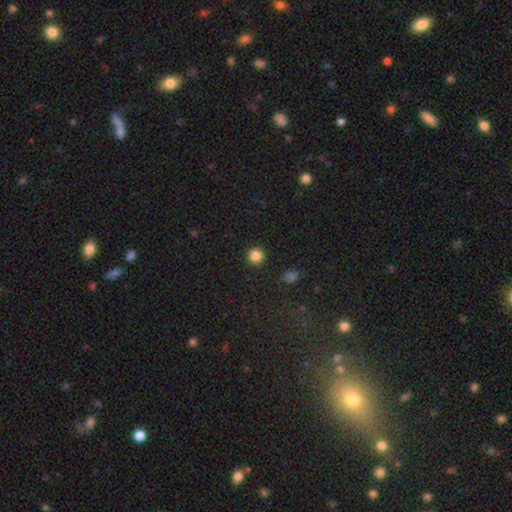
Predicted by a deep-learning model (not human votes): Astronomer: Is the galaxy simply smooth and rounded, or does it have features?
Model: smooth — 85%.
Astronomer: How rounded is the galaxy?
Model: round — 95%.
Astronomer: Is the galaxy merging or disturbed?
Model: none — 93%.